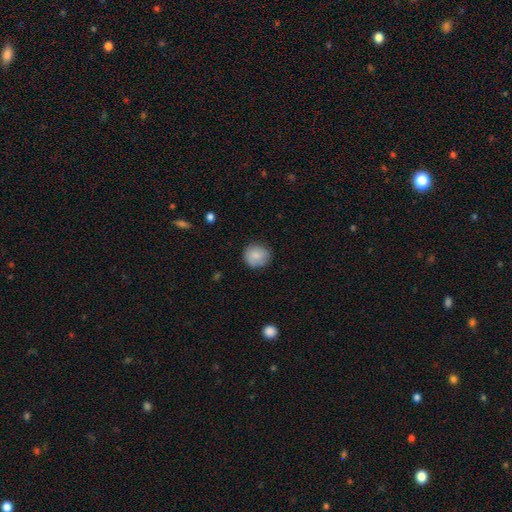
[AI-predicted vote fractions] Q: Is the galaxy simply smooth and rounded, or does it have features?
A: smooth — 85%.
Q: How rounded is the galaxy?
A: round — 87%.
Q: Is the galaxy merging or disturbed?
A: none — 84%.